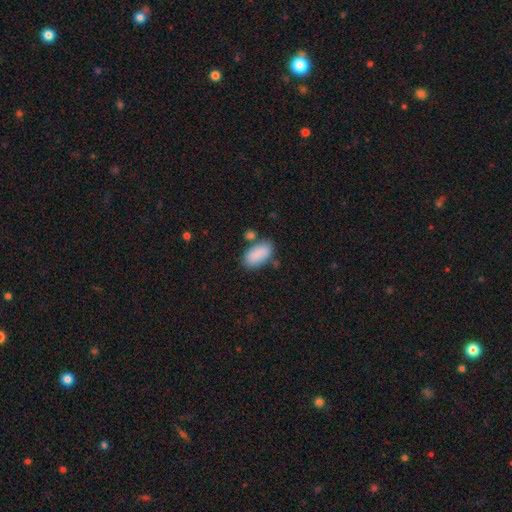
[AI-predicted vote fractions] Overall: smooth (86%). How rounded: in between (93%). Merging: none (67%).